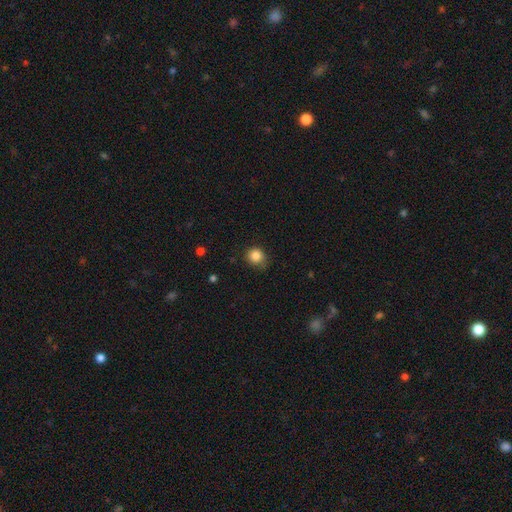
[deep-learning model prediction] This appears to be a smooth galaxy with no disk features (84%) that is round (82%). Merging: none (69%).